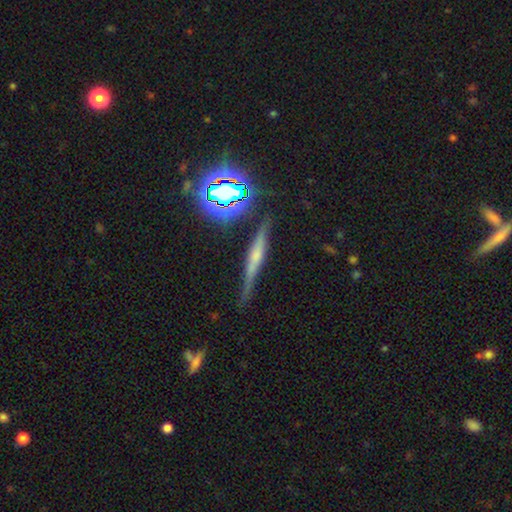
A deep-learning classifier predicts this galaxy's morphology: This is possibly a featured or disk galaxy (55%). It is clearly viewed edge-on (94%). Edge-on bulge: possibly rounded (49%). Merging: likely none (77%).